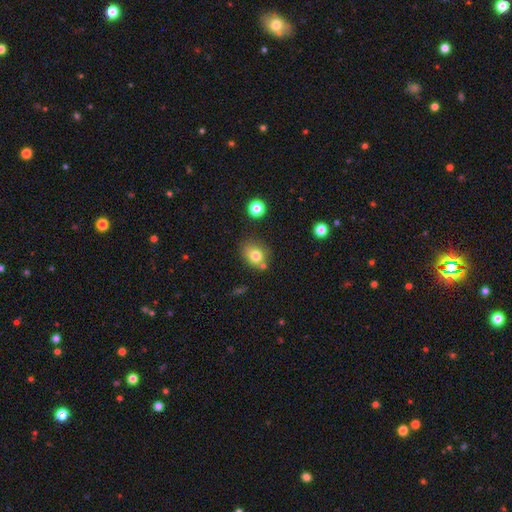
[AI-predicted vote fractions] The model was most divided on "how rounded": round: 55%, in between: 44%, cigar-shaped: 1%. More confident: smooth or featured — smooth (78%); merging — none (66%).